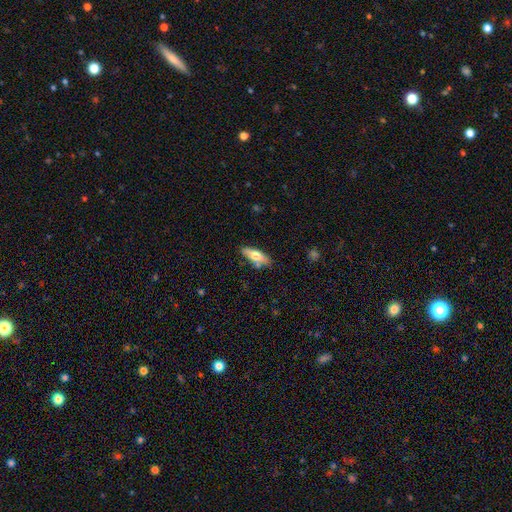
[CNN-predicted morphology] type=smooth (63%); roundness=in between (63%); merging=none (76%).